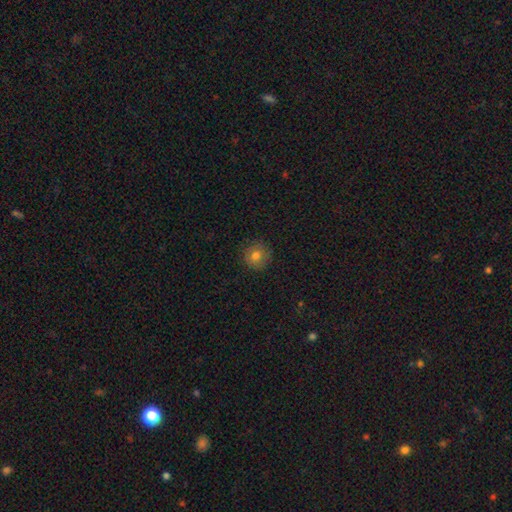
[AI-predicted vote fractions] A smooth galaxy with no disk features (77%) that is round (93%). Merging: none (88%).